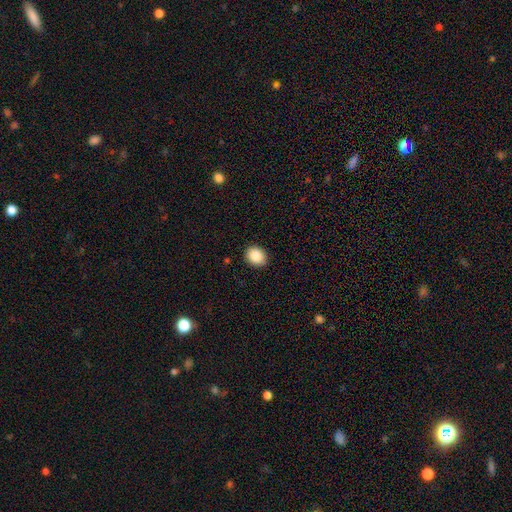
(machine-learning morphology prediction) This is clearly a smooth galaxy (86%). How rounded: possibly round (56%). Merging: clearly none (90%).